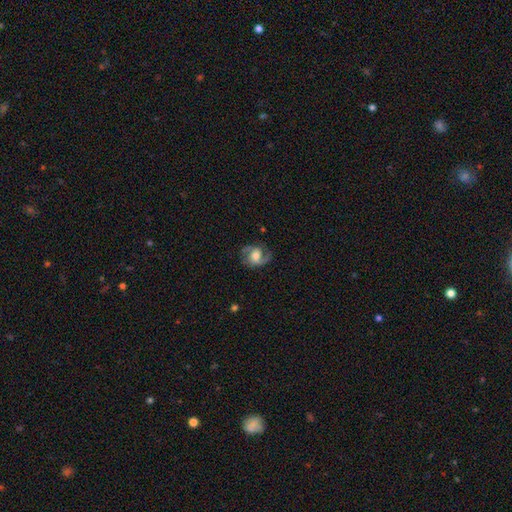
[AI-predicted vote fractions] smooth_or_featured: featured or disk (p=0.80) [alt: smooth p=0.13]
disk_edge_on: no (p=0.98) [alt: yes p=0.02]
bar: no (p=0.45) [alt: weak p=0.41]
has_spiral_arms: yes (p=0.95) [alt: no p=0.05]
spiral_winding: medium (p=0.55) [alt: loose p=0.24]
spiral_arm_count: 2 (p=0.90) [alt: can't tell p=0.03]
bulge_size: moderate (p=0.62) [alt: small p=0.18]
merging: none (p=0.78) [alt: minor disturbance p=0.14]